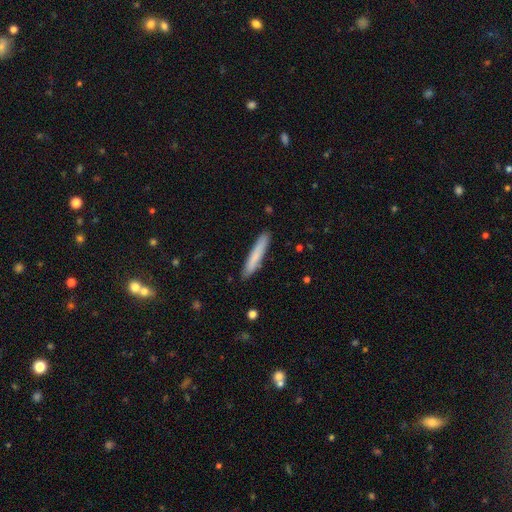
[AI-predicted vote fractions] A smooth galaxy with no disk features (78%) that is cigar-shaped (94%). Merging: none (89%).